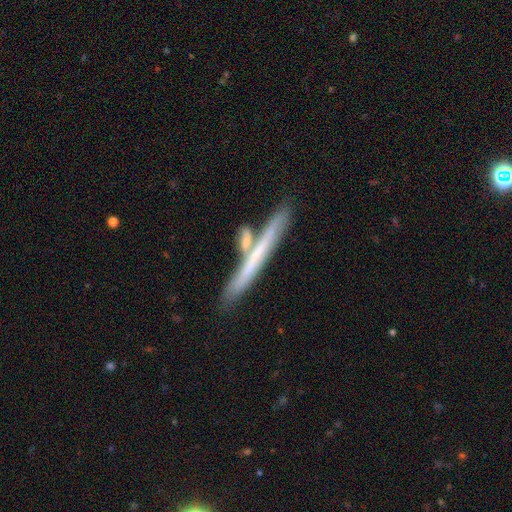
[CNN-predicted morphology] featured or disk 49%, smooth 44%, star or artifact 7%. Down the decision tree: merging — none (63%).